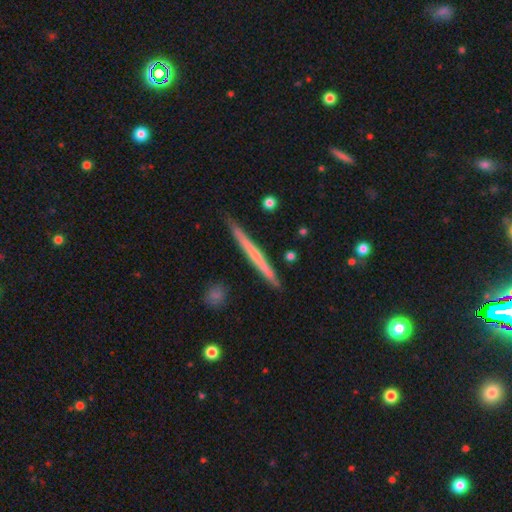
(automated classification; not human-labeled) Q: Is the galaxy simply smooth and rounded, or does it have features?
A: featured or disk — 54%.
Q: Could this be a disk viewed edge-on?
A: yes — 97%.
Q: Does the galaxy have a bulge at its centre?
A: none — 78%.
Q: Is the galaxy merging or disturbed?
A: none — 88%.